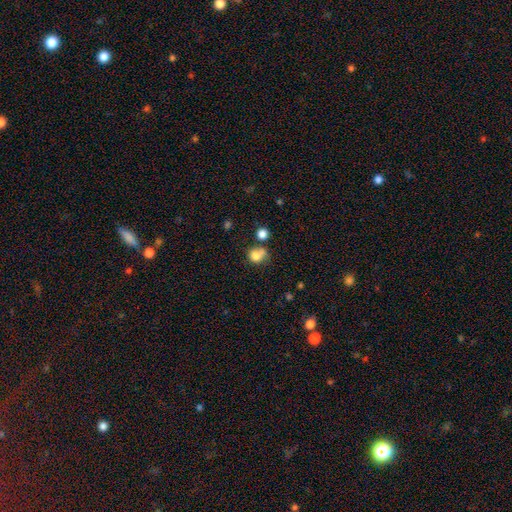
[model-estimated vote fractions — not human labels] smooth 79%, star or artifact 12%, featured or disk 10%. Down the decision tree: how rounded — round (75%); merging — none (43%).